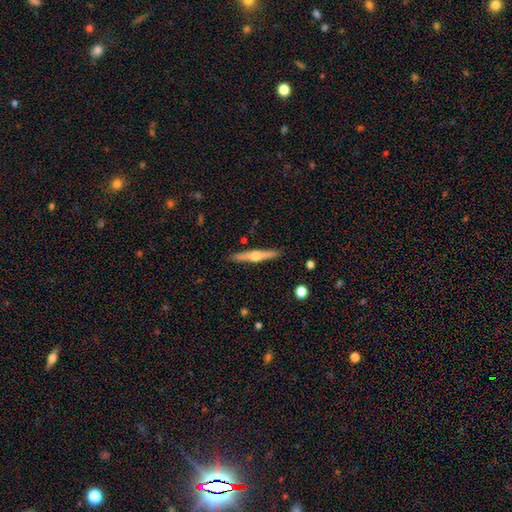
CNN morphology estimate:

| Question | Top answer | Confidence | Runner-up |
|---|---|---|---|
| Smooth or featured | featured or disk | 68% | smooth (26%) |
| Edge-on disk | yes | 97% | no (3%) |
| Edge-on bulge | rounded | 93% | boxy (4%) |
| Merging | none | 90% | minor disturbance (7%) |